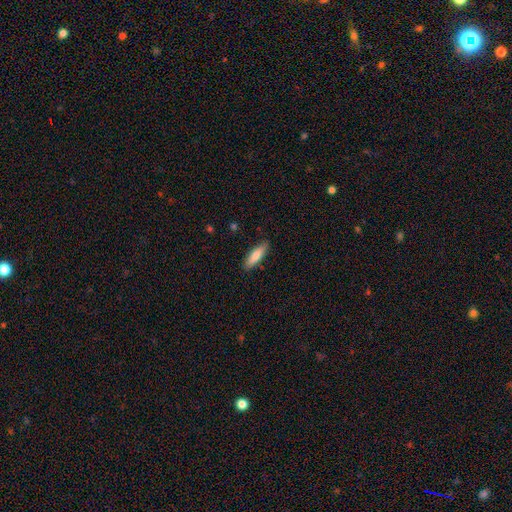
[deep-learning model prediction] Smooth or featured? smooth (76%)
How rounded? cigar-shaped (62%)
Merging? none (87%)